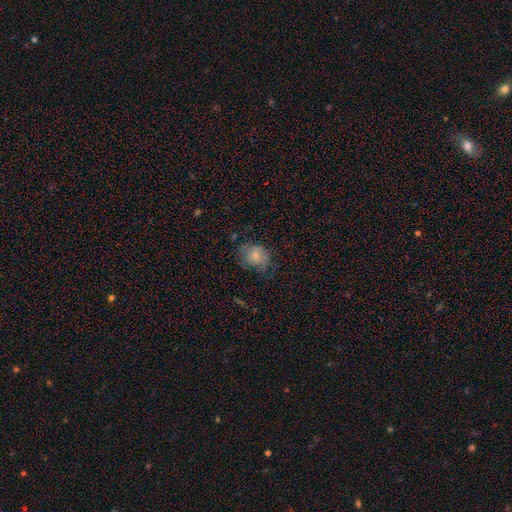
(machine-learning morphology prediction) Smooth or featured?
  - smooth: 74% *
  - featured or disk: 16%
  - star or artifact: 9%
How rounded?
  - round: 50% *
  - in between: 49%
  - cigar-shaped: 1%
Merging?
  - none: 54% *
  - minor disturbance: 30%
  - major disturbance: 14%
  - merger: 2%